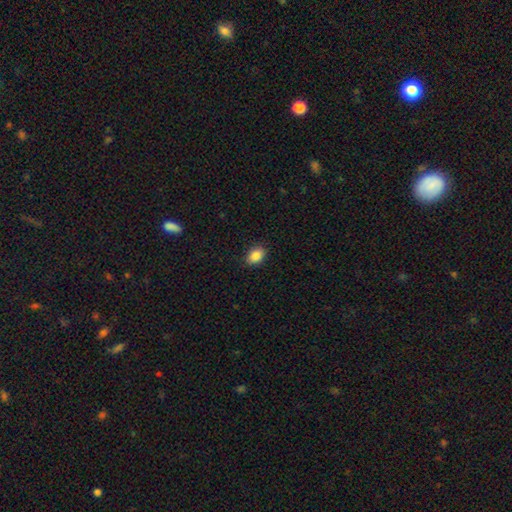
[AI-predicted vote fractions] A smooth galaxy with no disk features (87%) that is in between round and cigar-shaped (79%). Merging: none (87%).